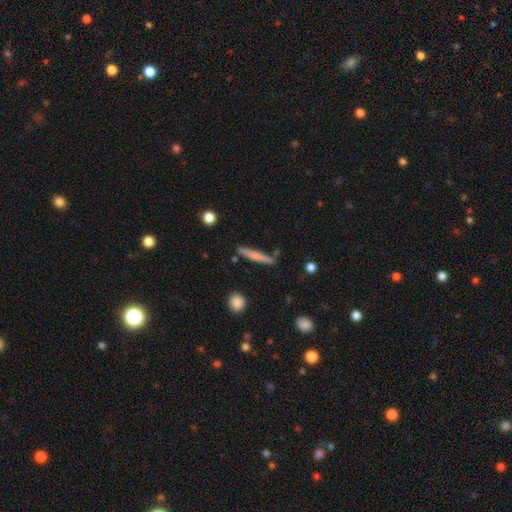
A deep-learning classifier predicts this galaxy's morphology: Smooth or featured: smooth — 59% (featured or disk — 34%)
How rounded: cigar-shaped — 93% (in between — 5%)
Merging: none — 81% (minor disturbance — 12%)